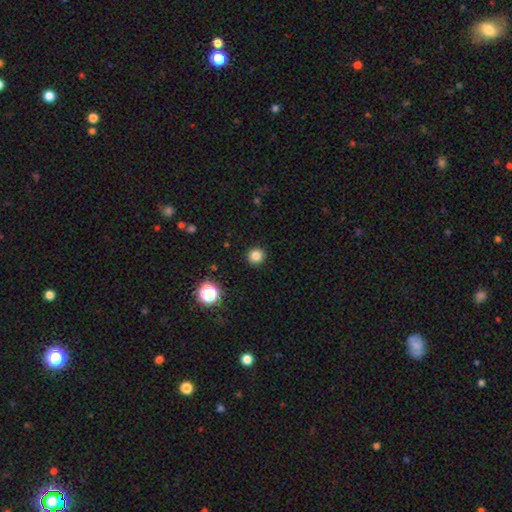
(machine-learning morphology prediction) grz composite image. It shows a smooth galaxy with no disk features (83%) that is round (92%). Merging: none (92%).